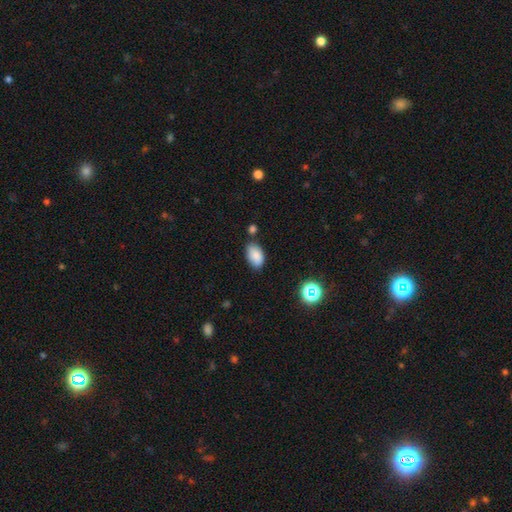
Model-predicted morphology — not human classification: The model was most divided on "merging": none: 74%, minor disturbance: 17%, merger: 5%, major disturbance: 3%. More confident: how rounded — in between (92%); smooth or featured — smooth (85%).